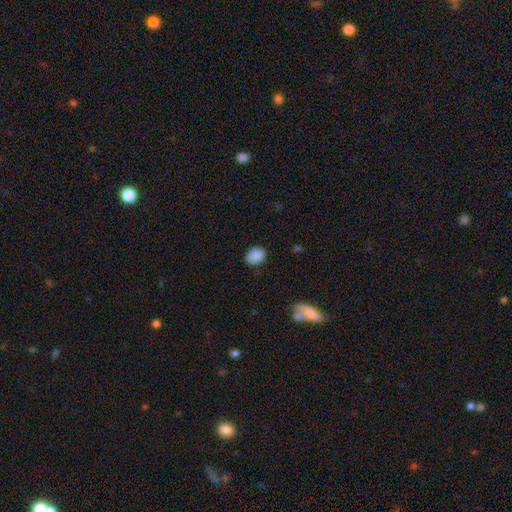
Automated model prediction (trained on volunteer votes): The model was most divided on "how rounded": in between: 64%, round: 35%, cigar-shaped: 1%. More confident: smooth or featured — smooth (88%); merging — none (78%).